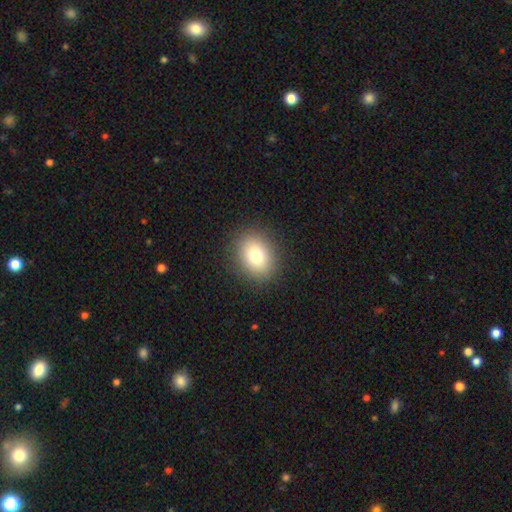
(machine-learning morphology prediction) smooth 78%, star or artifact 12%, featured or disk 10%. Down the decision tree: how rounded — round (53%); merging — none (88%).